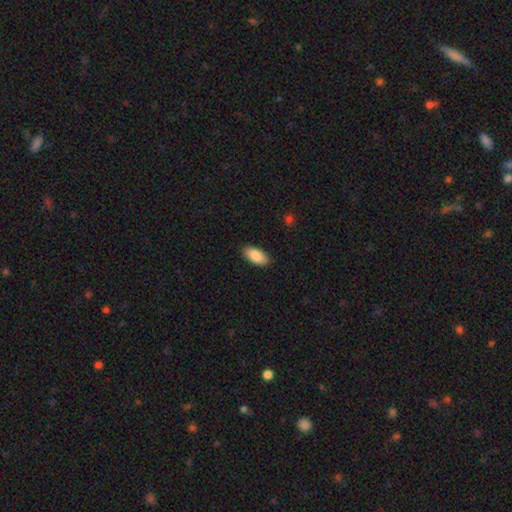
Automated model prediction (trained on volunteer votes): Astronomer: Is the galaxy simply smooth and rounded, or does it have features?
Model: smooth — 87%.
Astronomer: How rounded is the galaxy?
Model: in between — 92%.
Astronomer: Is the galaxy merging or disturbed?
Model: none — 89%.